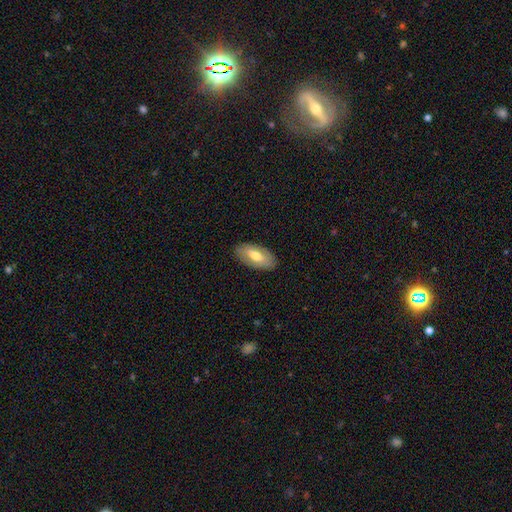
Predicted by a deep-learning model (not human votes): Smooth or featured?
  - smooth: 62% *
  - featured or disk: 32%
  - star or artifact: 6%
How rounded?
  - in between: 91% *
  - cigar-shaped: 6%
  - round: 3%
Merging?
  - none: 86% *
  - minor disturbance: 10%
  - major disturbance: 2%
  - merger: 1%